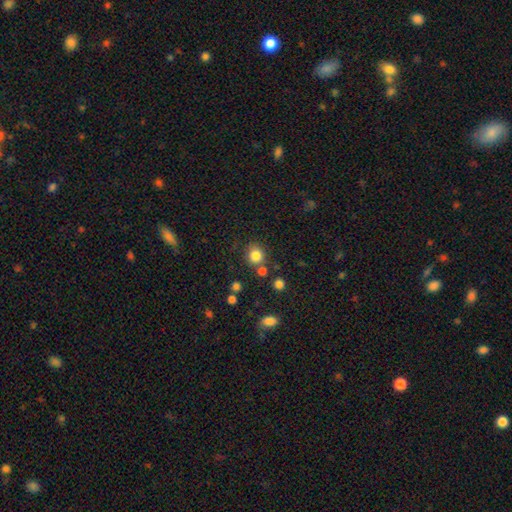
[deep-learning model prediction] Overall: smooth (83%). How rounded: round (84%). Merging: none (76%).